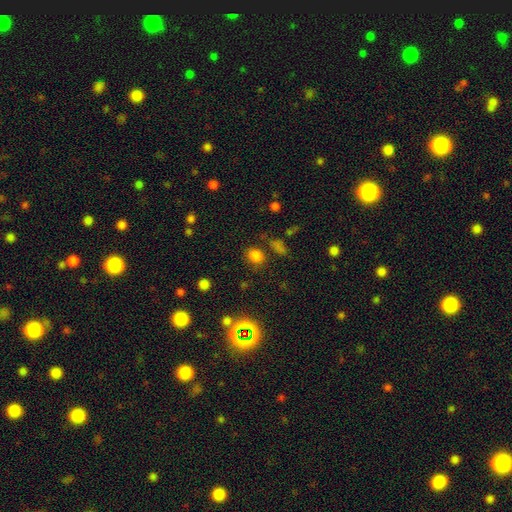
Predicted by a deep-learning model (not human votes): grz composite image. It shows a smooth galaxy with no disk features (74%) that is in between round and cigar-shaped (50%). Merging: none (75%).